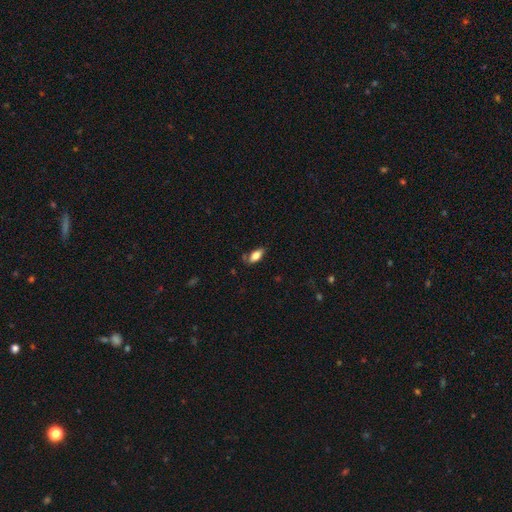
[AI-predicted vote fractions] smooth-or-featured: smooth: 77% | featured or disk: 15% | star or artifact: 7%
  how-rounded: in between: 86% | cigar-shaped: 11% | round: 3%
  merging: none: 74% | minor disturbance: 18% | merger: 5% | major disturbance: 4%